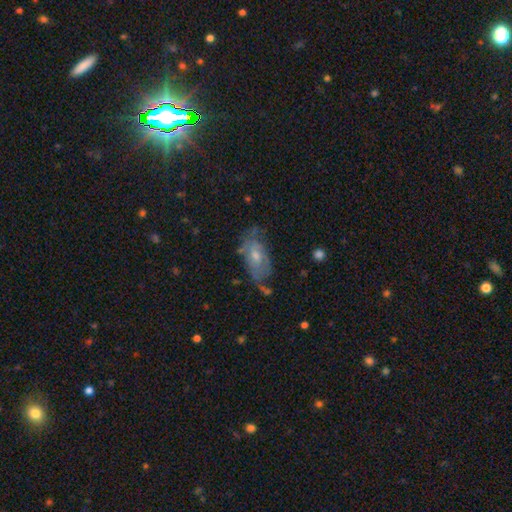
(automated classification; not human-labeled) The model was most divided on "smooth or featured": featured or disk: 51%, smooth: 40%, star or artifact: 8%. Remaining: edge-on disk — no (89%); merging — none (47%).